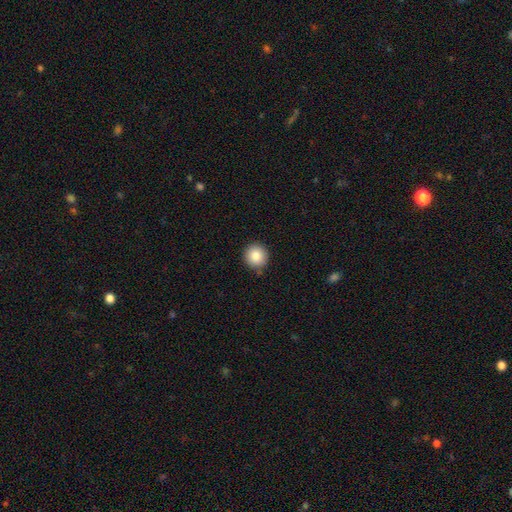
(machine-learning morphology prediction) A smooth galaxy with no disk features (84%) that is round (94%).

Vote fractions:
- Smooth or featured? smooth: 84% / star or artifact: 9% / featured or disk: 7%
- How rounded? round: 94% / in between: 5% / cigar-shaped: 1%
- Merging? none: 89% / minor disturbance: 7% / merger: 2% / major disturbance: 2%